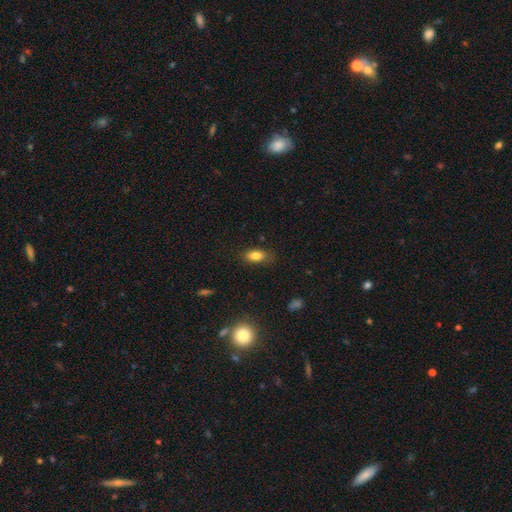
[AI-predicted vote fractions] Smooth or featured? smooth (82%)
How rounded? in between (86%)
Merging? none (76%)